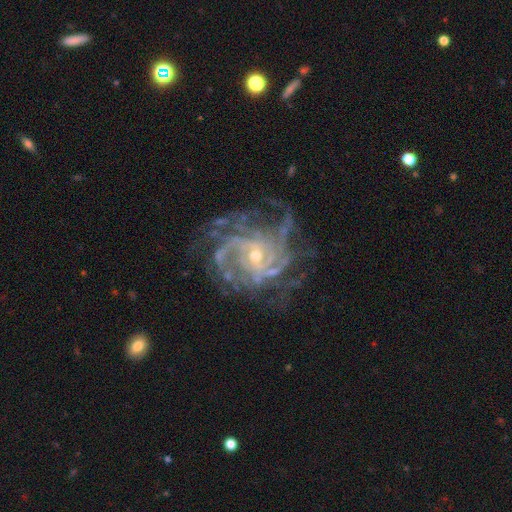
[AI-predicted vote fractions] This appears to be a featured or disk galaxy (89%) with no bar (63%), tight (57%) spiral arms (96%) and a small central bulge (62%). Merging: none (66%).